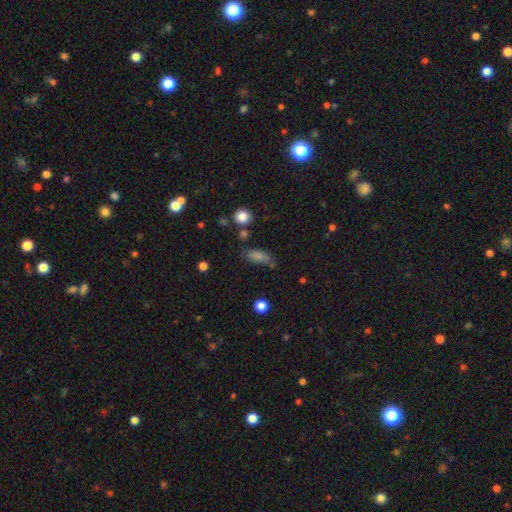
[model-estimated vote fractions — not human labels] Smooth or featured: smooth — 74% (star or artifact — 14%)
How rounded: in between — 68% (cigar-shaped — 26%)
Merging: none — 61% (minor disturbance — 25%)